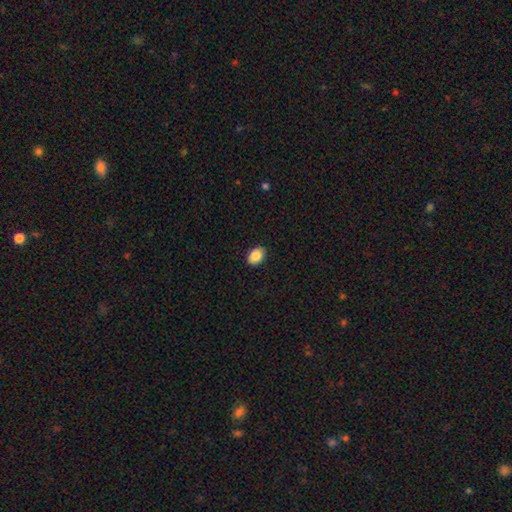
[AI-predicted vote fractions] Smooth or featured? Predicted: smooth (p=0.88). How rounded? Predicted: in between (p=0.77). Merging? Predicted: none (p=0.90).